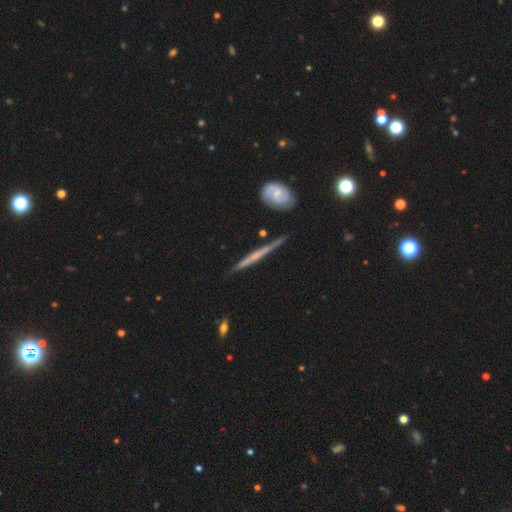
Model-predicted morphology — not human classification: featured or disk 71%, smooth 23%, star or artifact 5%. Down the decision tree: edge-on disk — yes (95%); edge-on bulge — none (66%); merging — none (83%).